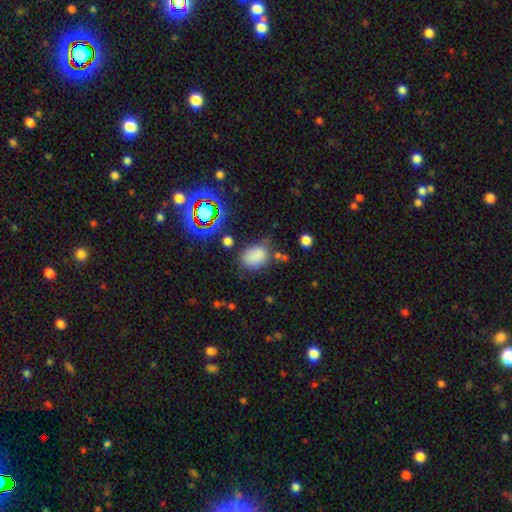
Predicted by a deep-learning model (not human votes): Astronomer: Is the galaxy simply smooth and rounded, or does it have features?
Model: smooth — 78%.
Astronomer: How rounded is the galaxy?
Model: in between — 68%.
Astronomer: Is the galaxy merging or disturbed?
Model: none — 62%.